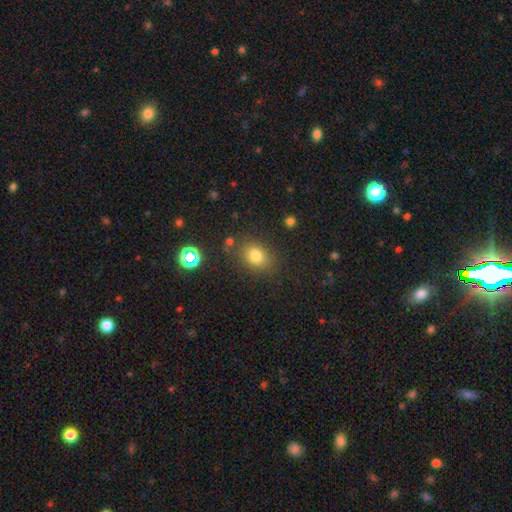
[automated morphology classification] Overall: smooth (76%). How rounded: in between (53%; round 46%). Merging: none (79%).